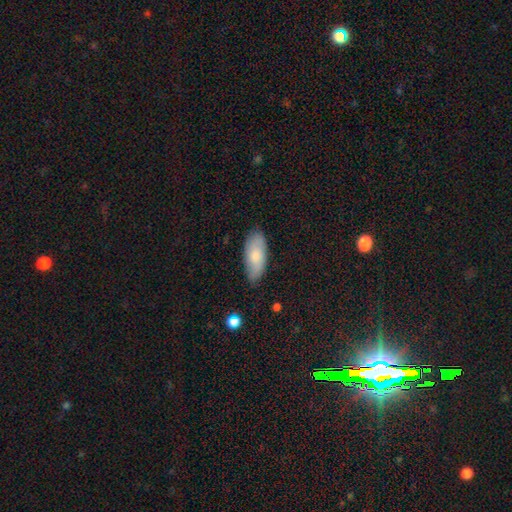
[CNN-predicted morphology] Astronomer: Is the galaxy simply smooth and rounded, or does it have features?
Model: smooth — 75%.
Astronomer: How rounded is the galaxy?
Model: in between — 86%.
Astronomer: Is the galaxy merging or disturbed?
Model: none — 80%.